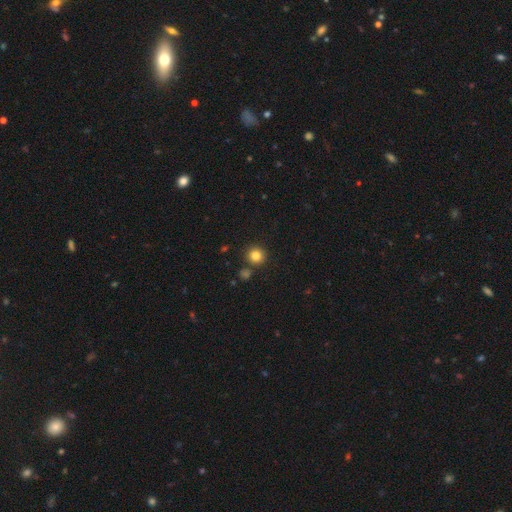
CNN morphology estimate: A smooth galaxy with no disk features (83%) that is round (93%). Merging: none (85%).